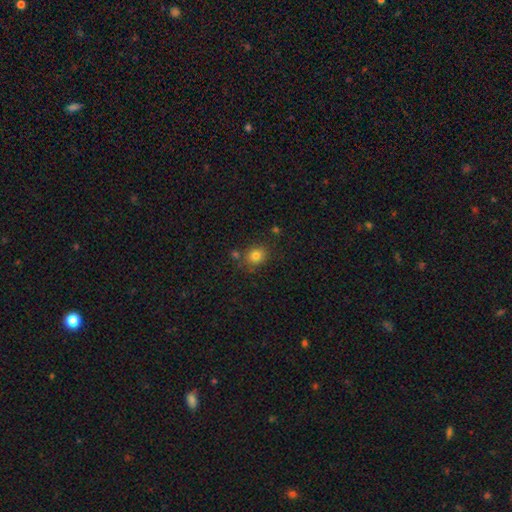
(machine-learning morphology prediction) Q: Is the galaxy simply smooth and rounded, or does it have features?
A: smooth — 81%.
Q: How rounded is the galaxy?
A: round — 65%.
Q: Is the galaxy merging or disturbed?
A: none — 75%.